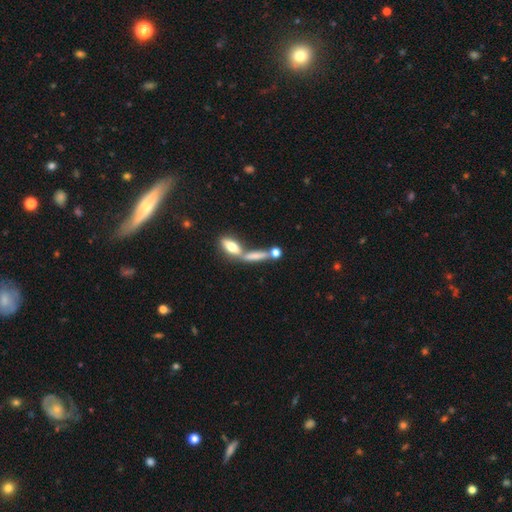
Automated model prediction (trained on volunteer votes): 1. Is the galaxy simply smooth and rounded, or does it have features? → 62% smooth, 27% featured or disk, 11% star or artifact.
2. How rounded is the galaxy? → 61% cigar-shaped, 31% in between, 8% round.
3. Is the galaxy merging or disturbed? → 42% none, 40% merger, 11% minor disturbance, 7% major disturbance.